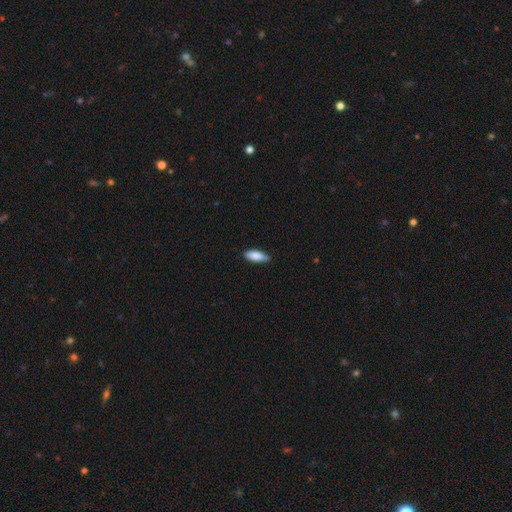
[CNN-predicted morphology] Smooth or featured?
  - smooth: 83% *
  - featured or disk: 11%
  - star or artifact: 6%
How rounded?
  - in between: 63% *
  - cigar-shaped: 35%
  - round: 2%
Merging?
  - none: 80% *
  - minor disturbance: 17%
  - major disturbance: 2%
  - merger: 1%